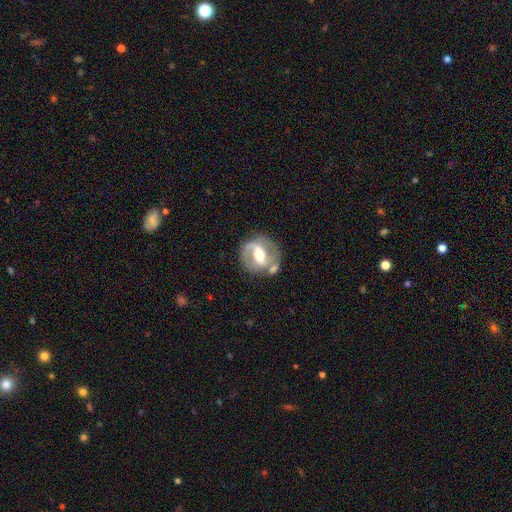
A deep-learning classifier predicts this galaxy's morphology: smooth_or_featured: featured or disk (p=0.74) [alt: smooth p=0.20]
disk_edge_on: no (p=0.95) [alt: yes p=0.05]
bar: strong (p=0.48) [alt: weak p=0.35]
has_spiral_arms: yes (p=0.68) [alt: no p=0.32]
bulge_size: moderate (p=0.67) [alt: large p=0.16]
merging: none (p=0.65) [alt: minor disturbance p=0.16]